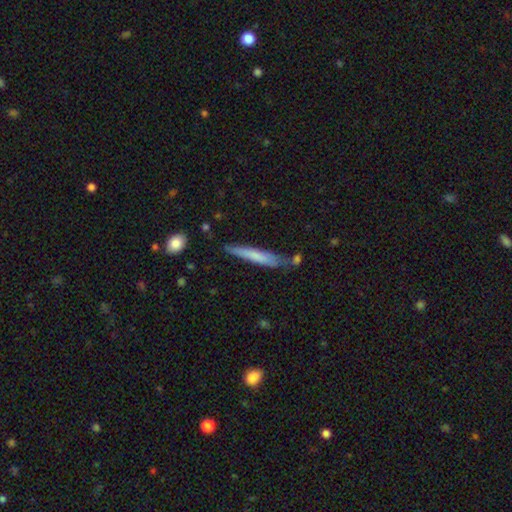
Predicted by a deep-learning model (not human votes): Smooth or featured? smooth (65%)
How rounded? cigar-shaped (94%)
Merging? none (70%)